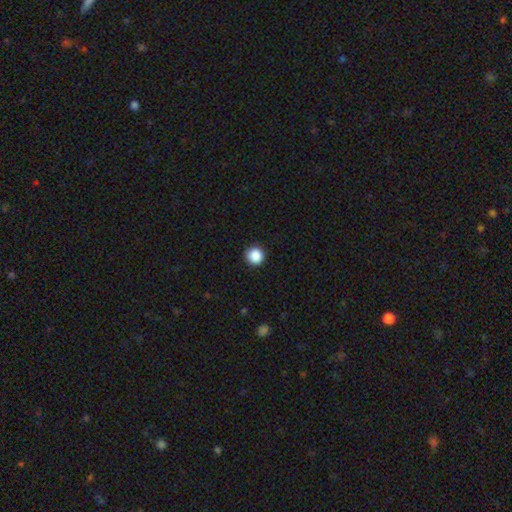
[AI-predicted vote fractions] This is clearly a smooth galaxy (89%). How rounded: clearly round (95%). Merging: clearly none (92%).